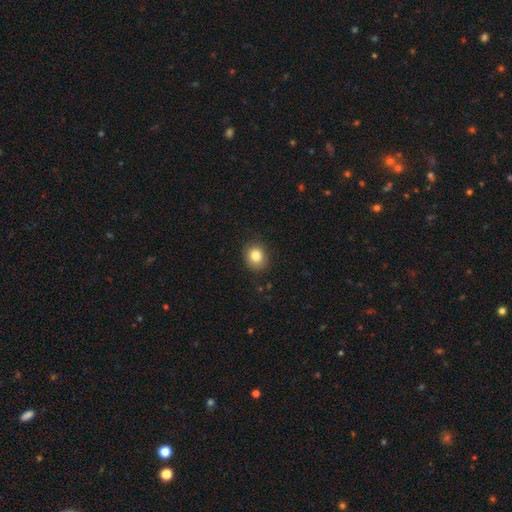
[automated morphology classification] This is clearly a smooth galaxy (84%). How rounded: likely round (67%). Merging: clearly none (86%).